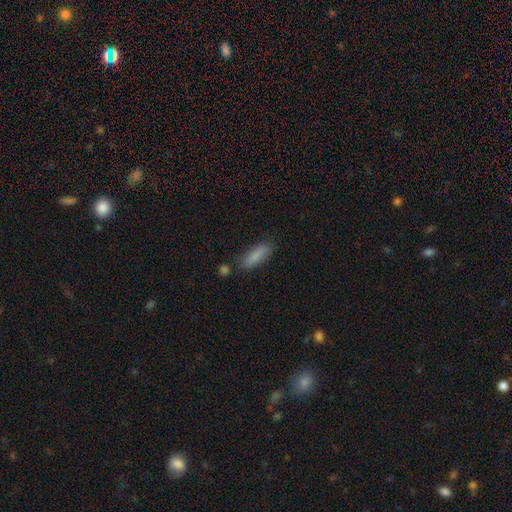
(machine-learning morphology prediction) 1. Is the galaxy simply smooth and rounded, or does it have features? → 83% smooth, 9% featured or disk, 7% star or artifact.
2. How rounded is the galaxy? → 52% cigar-shaped, 46% in between, 2% round.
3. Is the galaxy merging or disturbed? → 75% none, 16% minor disturbance, 5% merger, 4% major disturbance.